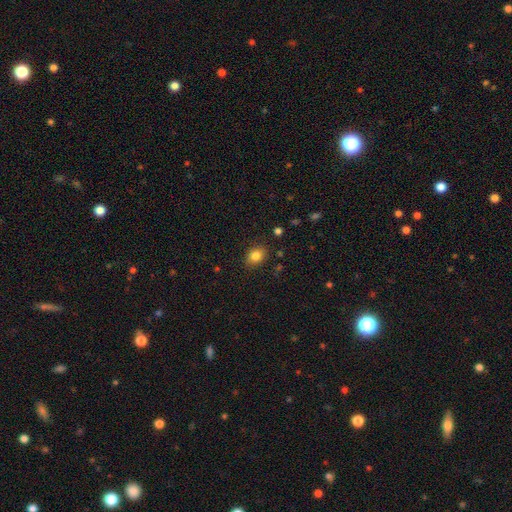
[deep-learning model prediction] Overall: smooth (83%). How rounded: in between (60%; round 39%). Merging: none (86%).